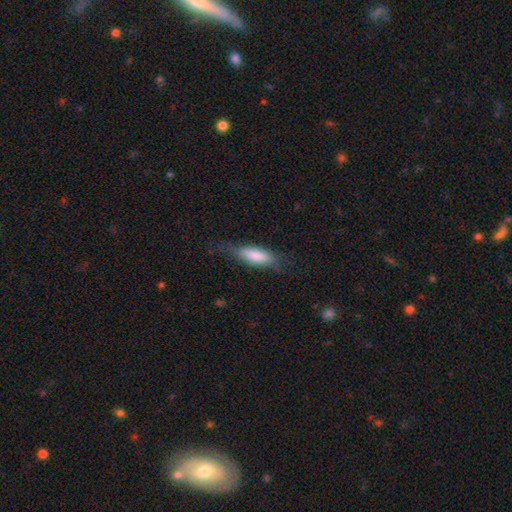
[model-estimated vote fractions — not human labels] Smooth or featured? smooth (75%)
How rounded? in between (53%)
Merging? none (66%)